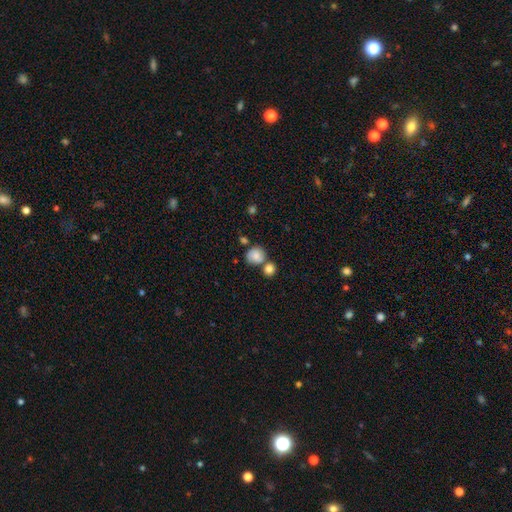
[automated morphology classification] This appears to be a smooth galaxy with no disk features (69%) that is round (80%). Merging: none (49%).